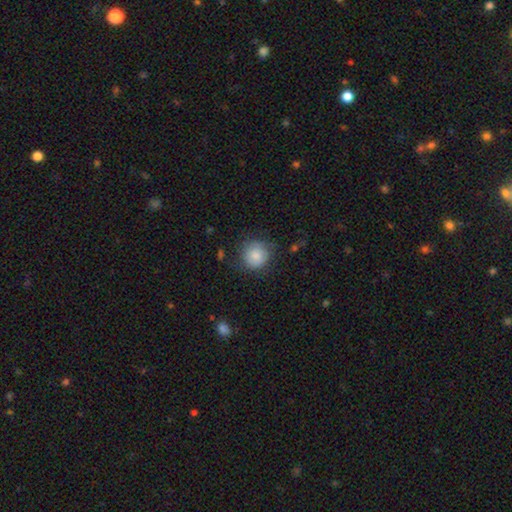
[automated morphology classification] A smooth galaxy with no disk features (81%) that is round (89%). Merging: none (67%).